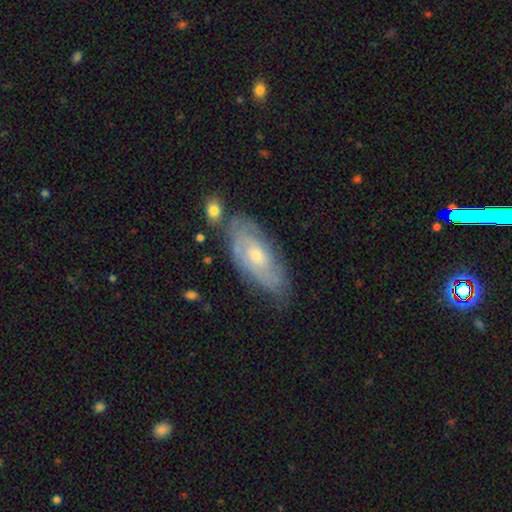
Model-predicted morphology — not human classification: Smooth or featured? Predicted: featured or disk (p=0.65). Edge-on disk? Predicted: no (p=0.87). Bar? Predicted: no (p=0.71). Spiral arms? Predicted: yes (p=0.78). Bulge size? Predicted: moderate (p=0.49). Merging? Predicted: none (p=0.69).